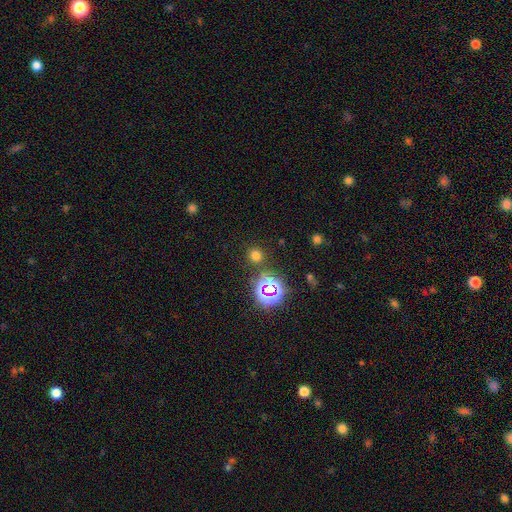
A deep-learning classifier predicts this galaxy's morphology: Smooth or featured? smooth (65%)
How rounded? round (91%)
Merging? none (86%)